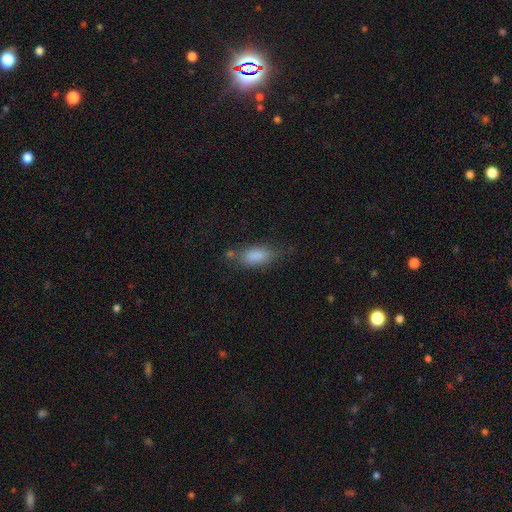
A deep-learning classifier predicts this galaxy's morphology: smooth-or-featured: smooth: 85% | star or artifact: 8% | featured or disk: 7%
  how-rounded: in between: 84% | cigar-shaped: 13% | round: 3%
  merging: none: 61% | minor disturbance: 23% | major disturbance: 8% | merger: 7%